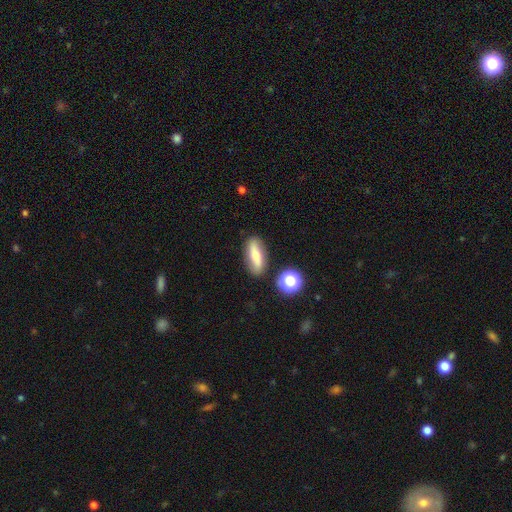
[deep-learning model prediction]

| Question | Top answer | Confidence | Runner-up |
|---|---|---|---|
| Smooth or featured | smooth | 60% | featured or disk (30%) |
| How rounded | in between | 63% | cigar-shaped (32%) |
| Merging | none | 82% | minor disturbance (11%) |